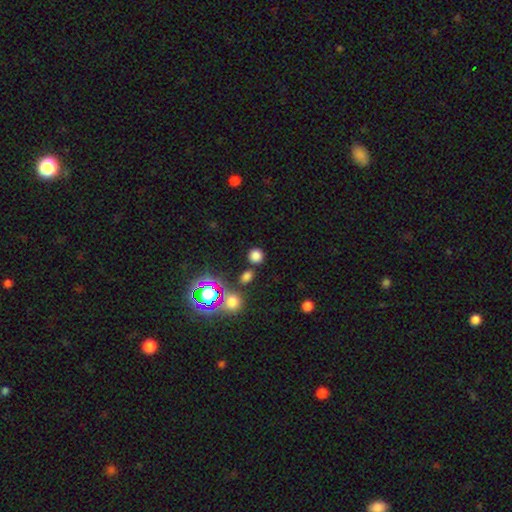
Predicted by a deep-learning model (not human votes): smooth 74%, star or artifact 20%, featured or disk 5%. Down the decision tree: how rounded — round (87%); merging — none (80%).